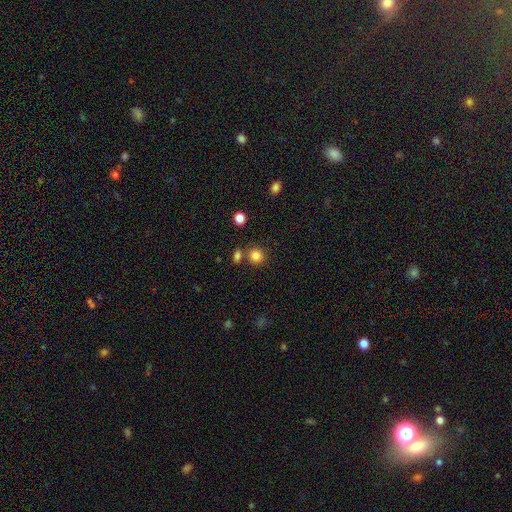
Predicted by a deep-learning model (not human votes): A smooth galaxy with no disk features (83%) that is round (87%). Merging: none (71%).